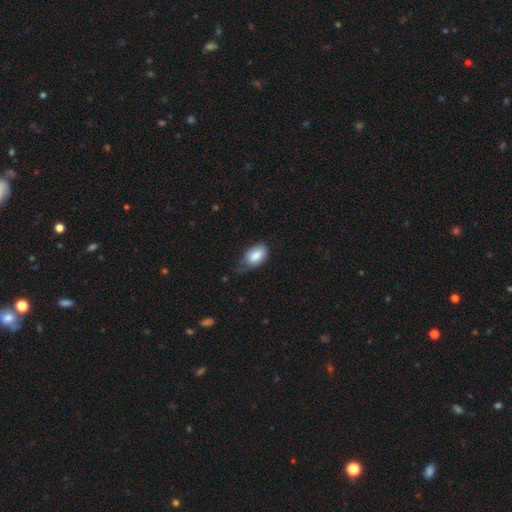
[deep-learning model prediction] Morphology: type=smooth (84%); roundness=in between (92%); merging=none (42%).